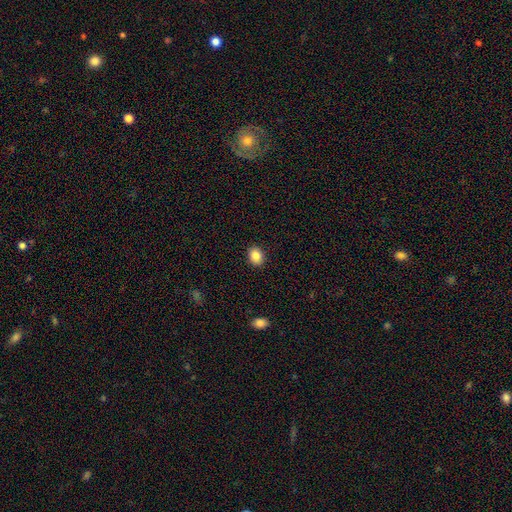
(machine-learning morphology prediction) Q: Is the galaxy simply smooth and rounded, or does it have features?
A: smooth — 86%.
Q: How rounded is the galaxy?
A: in between — 50%.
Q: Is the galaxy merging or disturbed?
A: none — 91%.